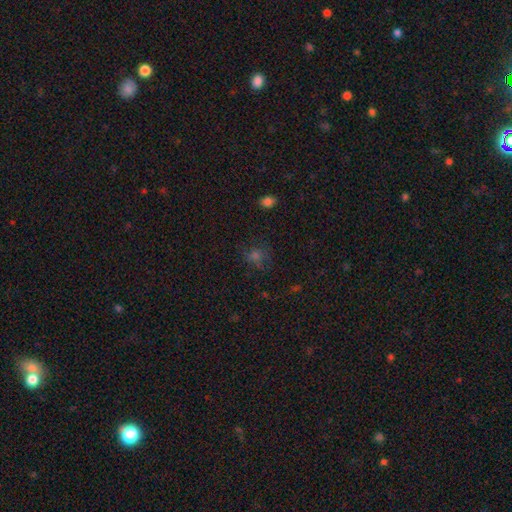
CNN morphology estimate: Smooth or featured?
  - smooth: 53% *
  - star or artifact: 34%
  - featured or disk: 13%
How rounded?
  - round: 77% *
  - in between: 21%
  - cigar-shaped: 1%
Merging?
  - none: 71% *
  - minor disturbance: 17%
  - major disturbance: 8%
  - merger: 3%